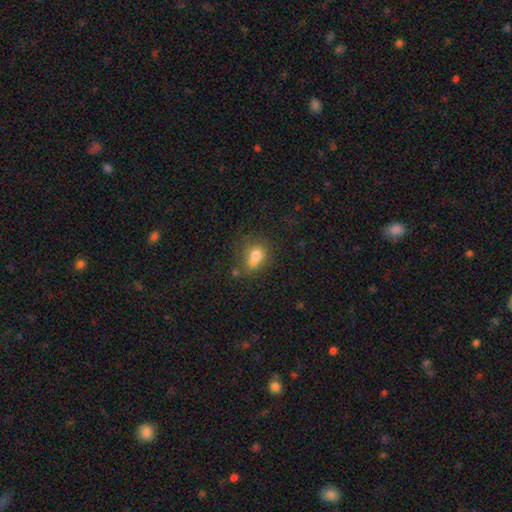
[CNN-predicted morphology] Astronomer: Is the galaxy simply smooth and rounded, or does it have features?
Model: smooth — 71%.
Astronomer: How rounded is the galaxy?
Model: round — 62%.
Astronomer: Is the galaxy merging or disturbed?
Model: merger — 43% (runner-up: none, 35%).